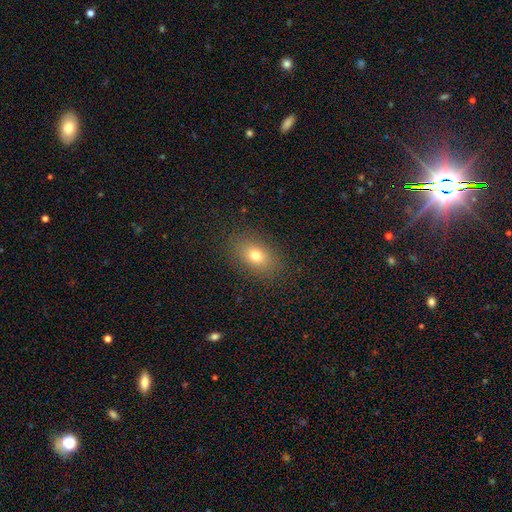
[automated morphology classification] smooth-or-featured: smooth: 75% | featured or disk: 13% | star or artifact: 12%
  how-rounded: in between: 77% | round: 21% | cigar-shaped: 2%
  merging: none: 86% | minor disturbance: 9% | major disturbance: 4% | merger: 1%